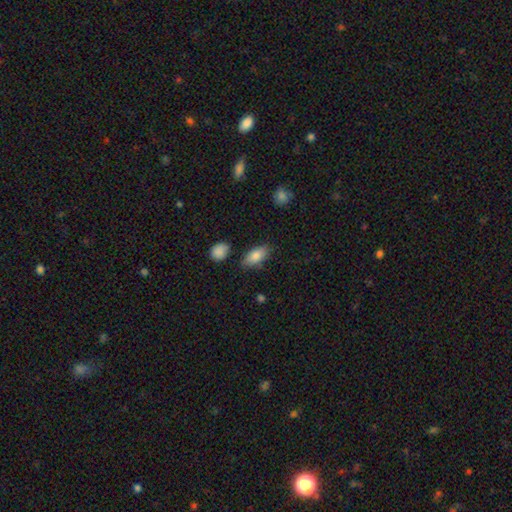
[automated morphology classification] This is clearly a smooth galaxy (84%). How rounded: clearly in between (90%). Merging: likely none (77%).